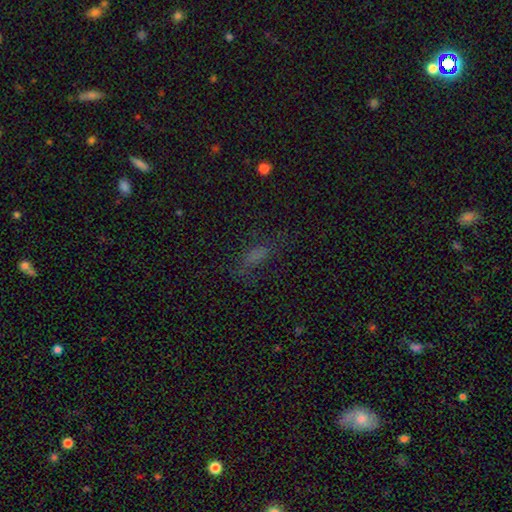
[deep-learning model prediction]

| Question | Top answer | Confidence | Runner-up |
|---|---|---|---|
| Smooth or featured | smooth | 55% | star or artifact (26%) |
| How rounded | in between | 63% | cigar-shaped (31%) |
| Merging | none | 53% | major disturbance (22%) |